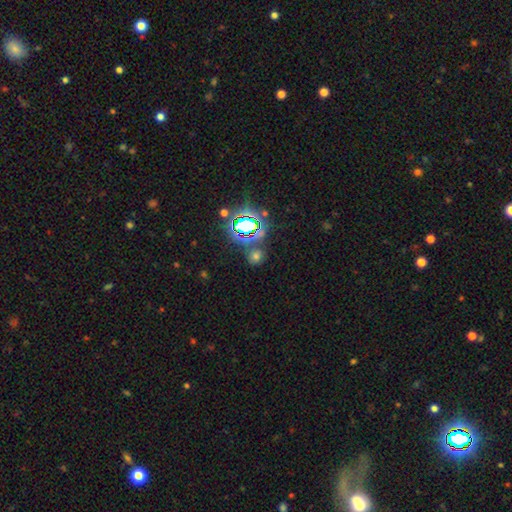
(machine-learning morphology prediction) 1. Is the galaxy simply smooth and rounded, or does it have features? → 52% smooth, 41% star or artifact, 7% featured or disk.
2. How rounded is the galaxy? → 77% round, 22% in between, 2% cigar-shaped.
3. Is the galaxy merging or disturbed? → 77% none, 11% minor disturbance, 8% merger, 4% major disturbance.